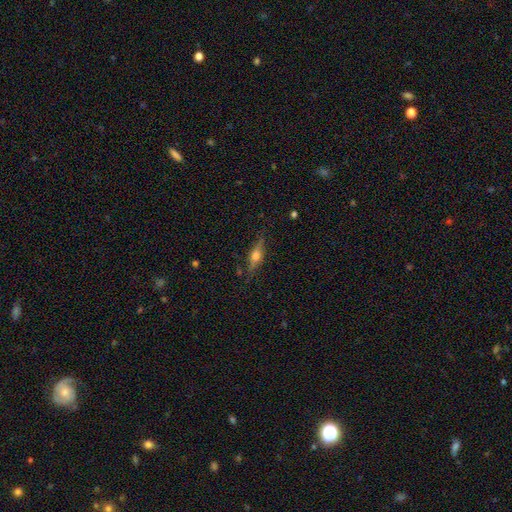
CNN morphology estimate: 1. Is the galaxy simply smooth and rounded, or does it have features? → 55% featured or disk, 36% smooth, 8% star or artifact.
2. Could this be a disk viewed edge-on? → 93% yes, 7% no.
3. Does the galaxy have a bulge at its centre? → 91% rounded, 6% boxy, 3% none.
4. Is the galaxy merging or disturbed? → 79% none, 15% minor disturbance, 4% major disturbance, 2% merger.